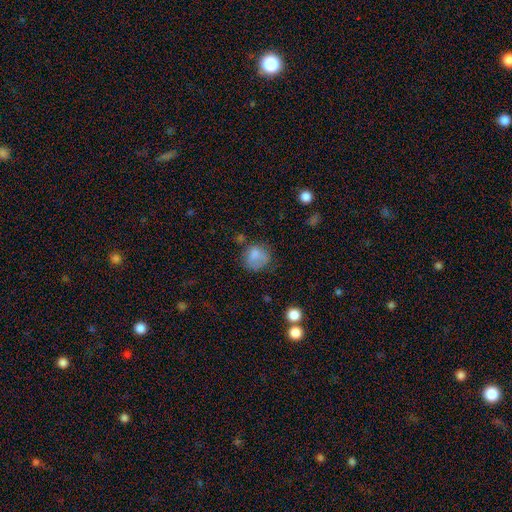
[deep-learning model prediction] Smooth or featured? smooth (77%)
How rounded? round (75%)
Merging? none (50%)